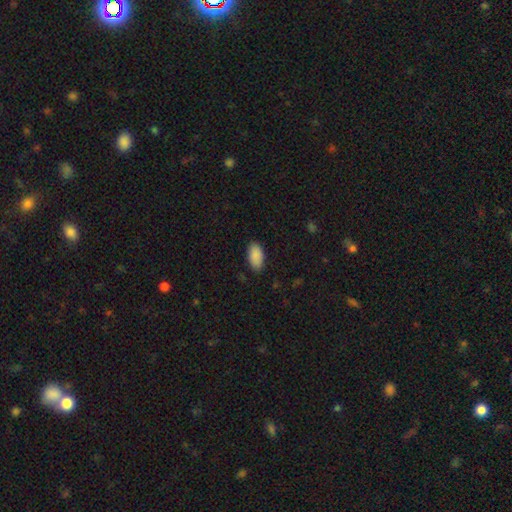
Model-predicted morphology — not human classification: smooth_or_featured: smooth (p=0.90) [alt: star or artifact p=0.07]
how_rounded: in between (p=0.94) [alt: cigar-shaped p=0.03]
merging: none (p=0.86) [alt: minor disturbance p=0.11]